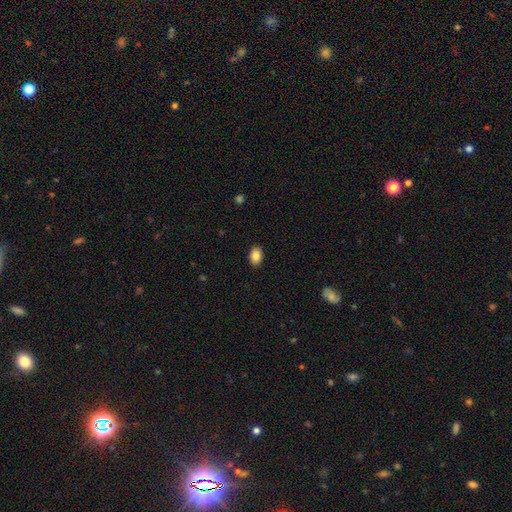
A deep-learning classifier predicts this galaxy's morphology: Smooth or featured? Predicted: smooth (p=0.86). How rounded? Predicted: in between (p=0.83). Merging? Predicted: none (p=0.90).